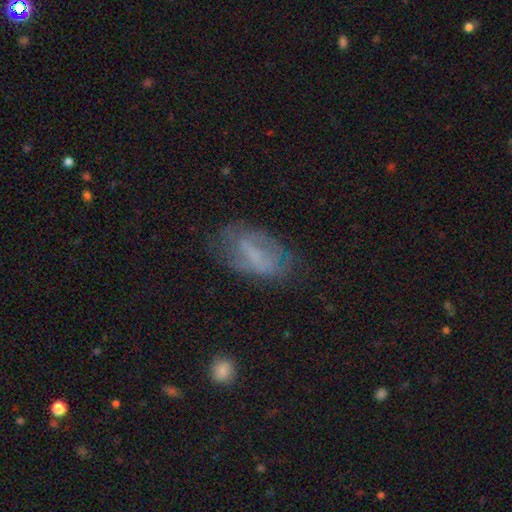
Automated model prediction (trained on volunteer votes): smooth_or_featured: featured or disk (p=0.48) [alt: smooth p=0.41]
merging: none (p=0.60) [alt: minor disturbance p=0.24]